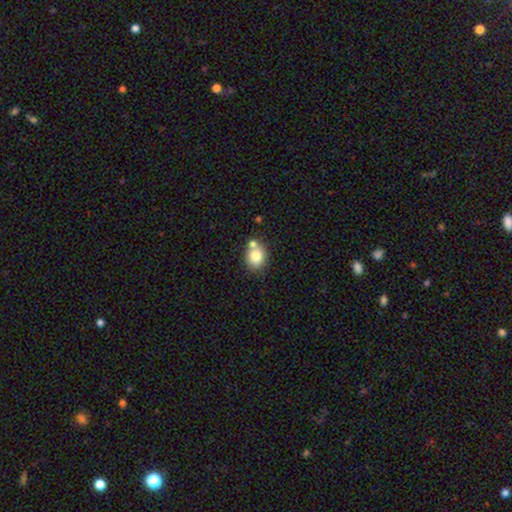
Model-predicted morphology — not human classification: Smooth or featured: smooth — 78% (featured or disk — 12%)
How rounded: round — 65% (in between — 34%)
Merging: none — 56% (merger — 30%)